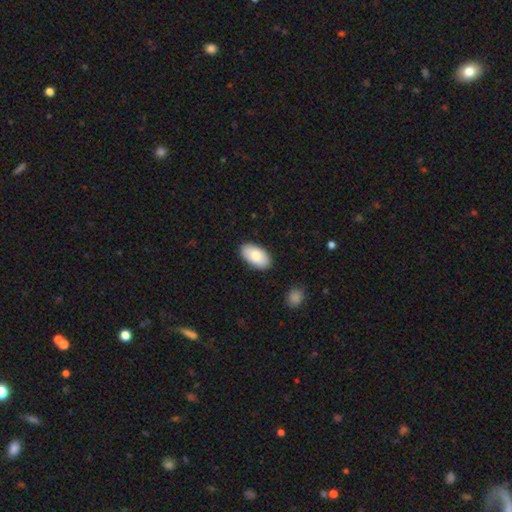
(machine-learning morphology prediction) Smooth or featured? smooth (81%)
How rounded? in between (95%)
Merging? none (88%)